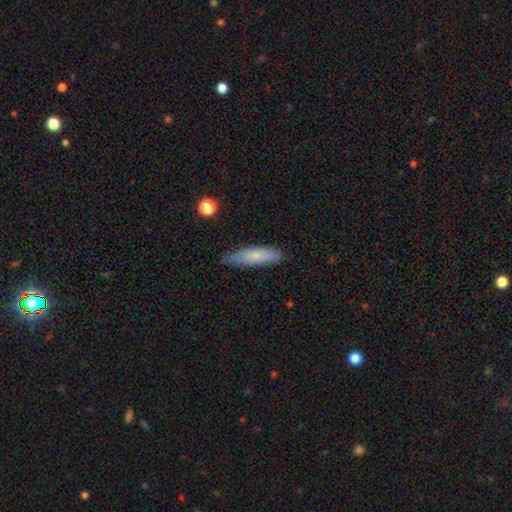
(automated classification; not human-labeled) Morphology: type=smooth (74%); roundness=cigar-shaped (70%); merging=none (76%).